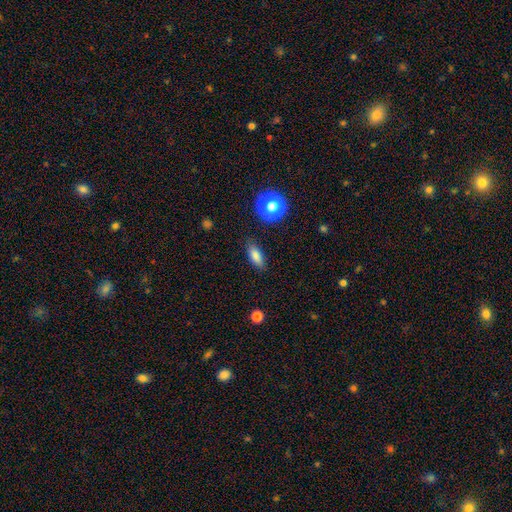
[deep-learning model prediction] This appears to be a smooth galaxy with no disk features (82%) that is in between round and cigar-shaped (74%). Merging: none (84%).